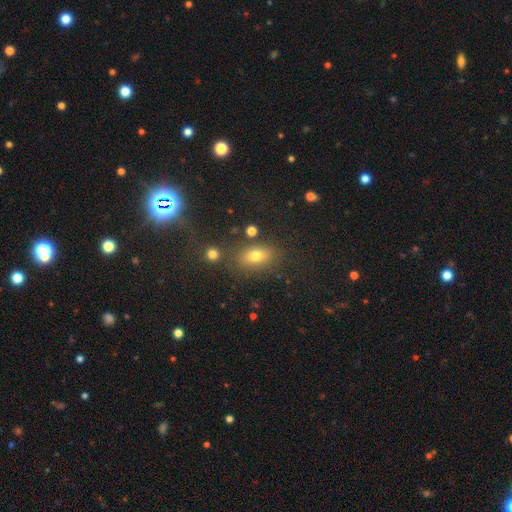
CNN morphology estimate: A smooth galaxy with no disk features (70%) that is in between round and cigar-shaped (77%).

Vote fractions:
- Smooth or featured? smooth: 70% / star or artifact: 17% / featured or disk: 13%
- How rounded? in between: 77% / round: 19% / cigar-shaped: 4%
- Merging? none: 75% / minor disturbance: 13% / merger: 7% / major disturbance: 5%